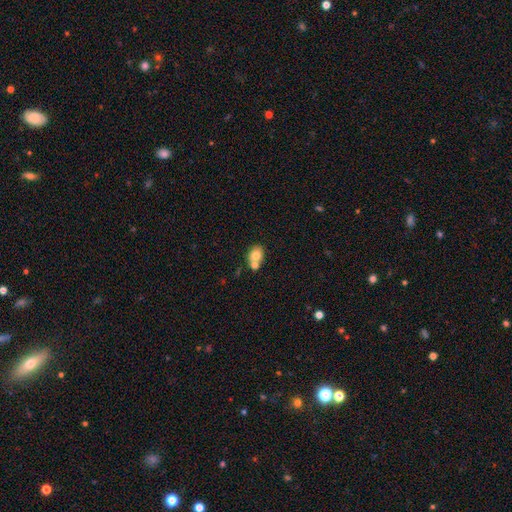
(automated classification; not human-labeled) smooth-or-featured: smooth: 74% | featured or disk: 17% | star or artifact: 9%
  how-rounded: round: 51% | in between: 48% | cigar-shaped: 1%
  merging: merger: 53% | none: 36% | minor disturbance: 8% | major disturbance: 3%